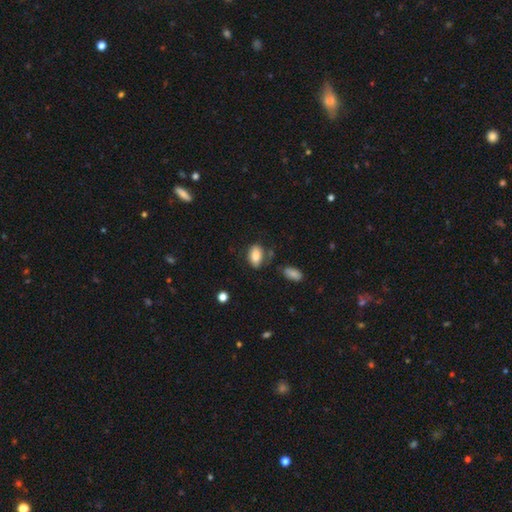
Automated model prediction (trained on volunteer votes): This appears to be a smooth galaxy with no disk features (82%) that is in between round and cigar-shaped (90%). Merging: none (64%).